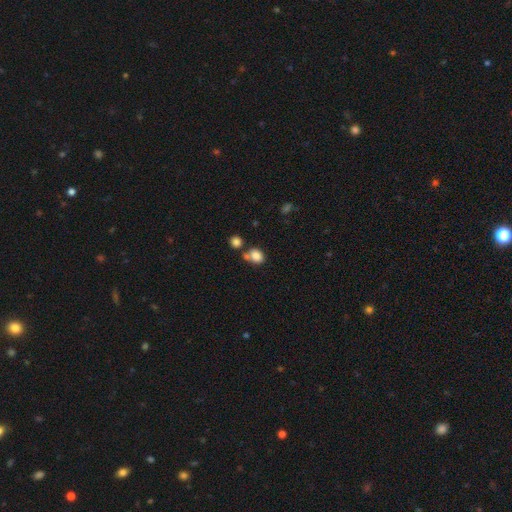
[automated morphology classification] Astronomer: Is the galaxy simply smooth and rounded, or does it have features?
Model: smooth — 84%.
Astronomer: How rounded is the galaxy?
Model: in between — 52% (runner-up: round, 46%).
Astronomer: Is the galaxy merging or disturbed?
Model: none — 50% (runner-up: merger, 32%).